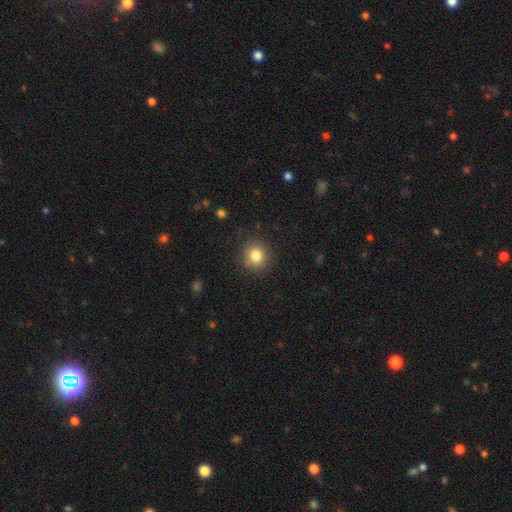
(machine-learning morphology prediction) type=smooth (83%); roundness=round (87%); merging=none (86%).